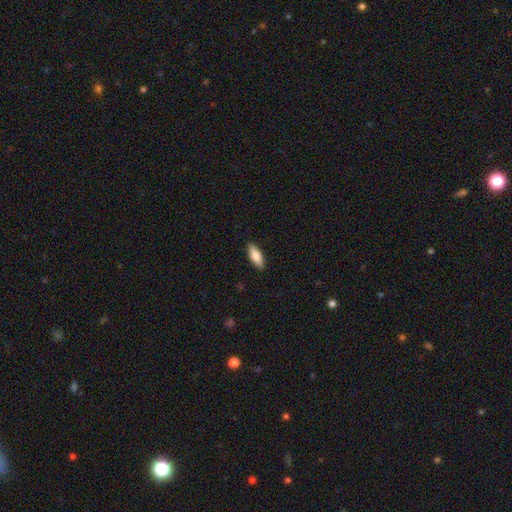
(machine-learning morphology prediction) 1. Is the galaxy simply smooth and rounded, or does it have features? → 80% smooth, 14% featured or disk, 6% star or artifact.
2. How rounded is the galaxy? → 66% in between, 32% cigar-shaped, 2% round.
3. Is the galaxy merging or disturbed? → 90% none, 8% minor disturbance, 2% major disturbance, 1% merger.